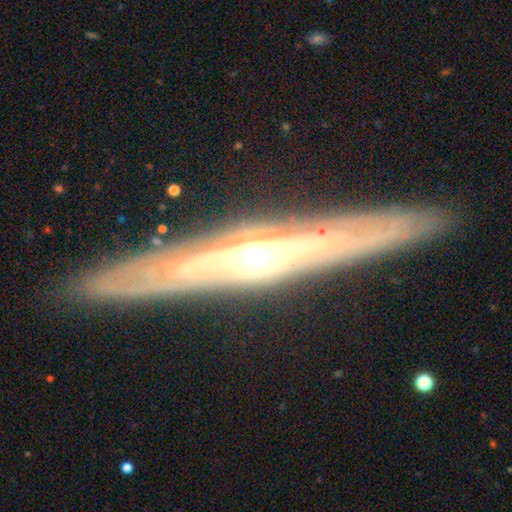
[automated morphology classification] featured or disk 83%, smooth 12%, star or artifact 6%. Down the decision tree: edge-on disk — yes (88%); edge-on bulge — rounded (78%); merging — none (89%).